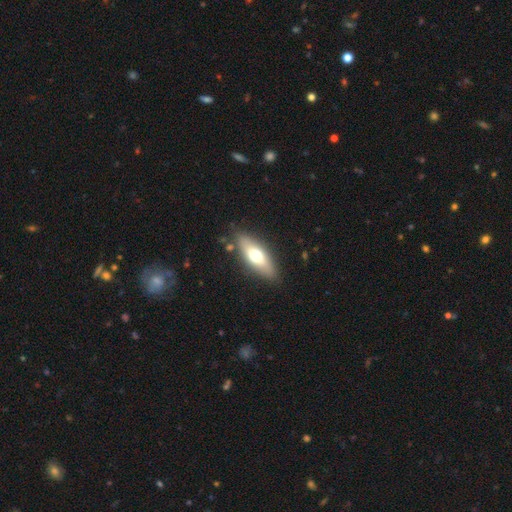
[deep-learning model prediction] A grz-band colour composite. It shows a smooth galaxy with no disk features (61%) that is in between round and cigar-shaped (64%). Merging: none (83%).